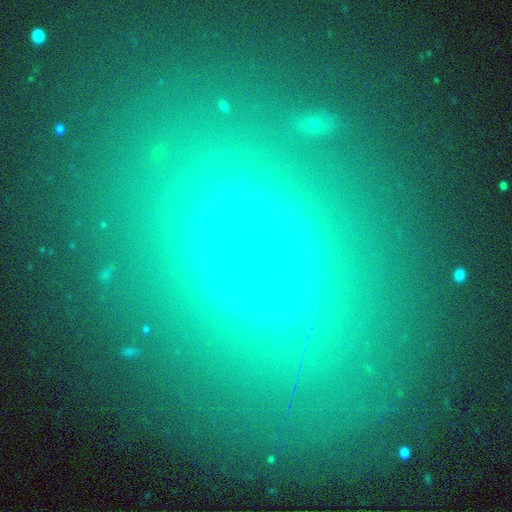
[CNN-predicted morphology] Overall: smooth (62%; star or artifact 25%). How rounded: in between (66%; round 29%). Merging: none (71%).